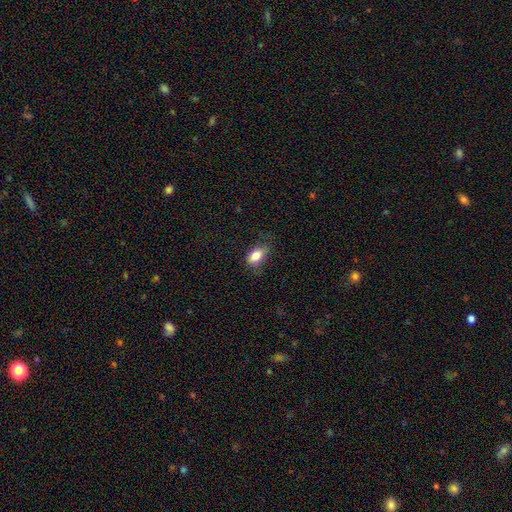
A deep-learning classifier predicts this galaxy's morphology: This appears to be a smooth galaxy with no disk features (80%) that is in between round and cigar-shaped (85%). Merging: none (67%).